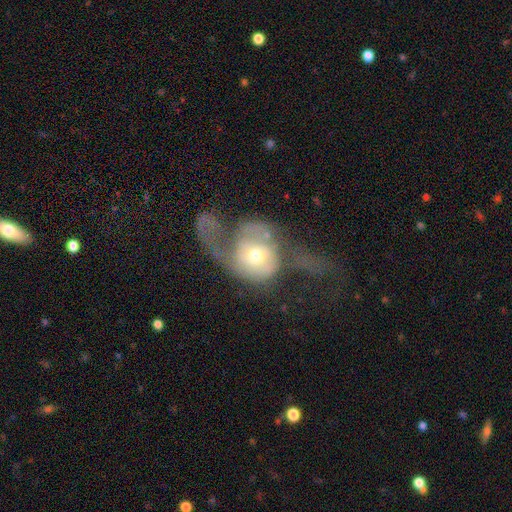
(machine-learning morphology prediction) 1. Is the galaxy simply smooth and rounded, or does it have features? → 58% featured or disk, 35% smooth, 7% star or artifact.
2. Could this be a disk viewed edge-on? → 95% no, 5% yes.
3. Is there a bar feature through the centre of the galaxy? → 77% no, 18% weak, 5% strong.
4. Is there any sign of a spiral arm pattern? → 54% yes, 46% no.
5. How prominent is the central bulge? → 64% moderate, 25% small, 8% large, 2% dominant, 1% none.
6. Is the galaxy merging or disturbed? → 65% major disturbance, 13% merger, 13% none, 10% minor disturbance.